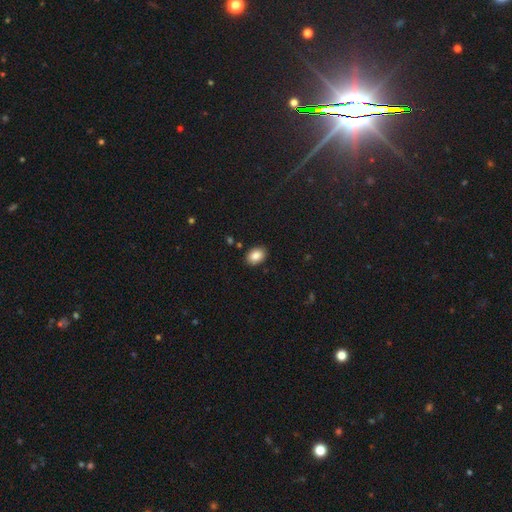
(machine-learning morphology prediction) Overall: smooth (86%). How rounded: in between (78%). Merging: none (88%).